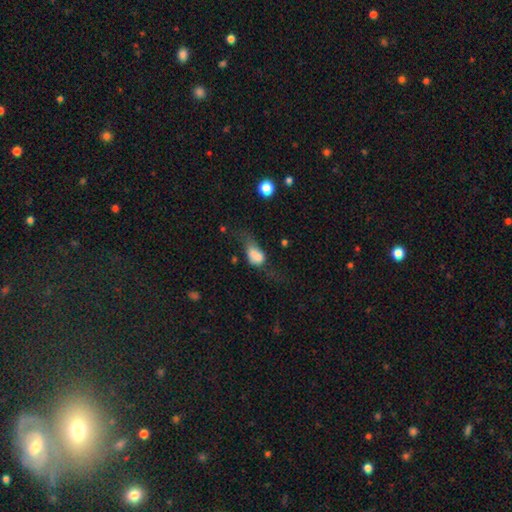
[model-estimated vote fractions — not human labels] A smooth galaxy with no disk features (68%) that is in between round and cigar-shaped (77%).

Vote fractions:
- Smooth or featured? smooth: 68% / featured or disk: 21% / star or artifact: 11%
- How rounded? in between: 77% / round: 19% / cigar-shaped: 4%
- Merging? major disturbance: 38% / minor disturbance: 22% / merger: 21% / none: 20%